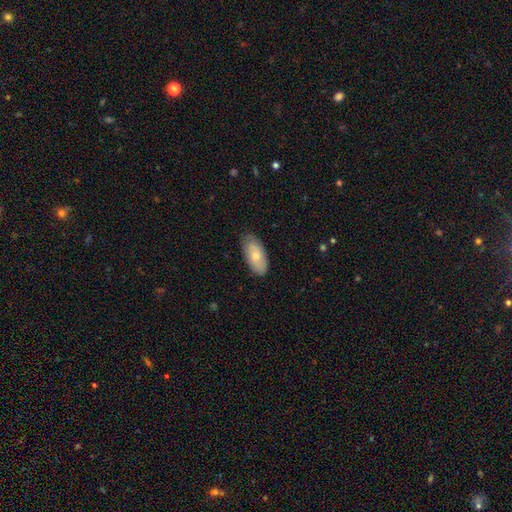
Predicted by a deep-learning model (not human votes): This is likely a smooth galaxy (75%). How rounded: clearly in between (91%). Merging: clearly none (81%).